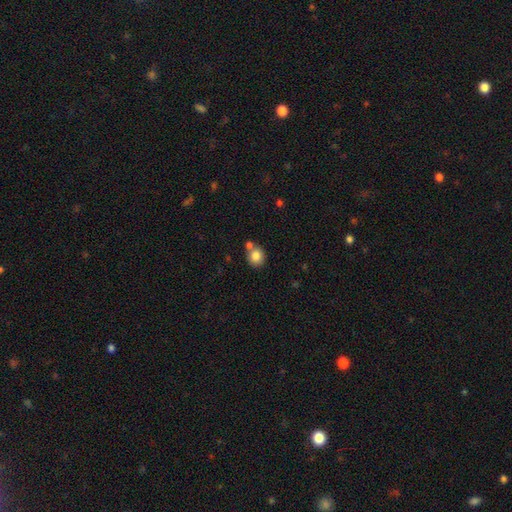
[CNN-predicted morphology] smooth-or-featured: smooth: 82% | star or artifact: 10% | featured or disk: 8%
  how-rounded: round: 79% | in between: 20% | cigar-shaped: 1%
  merging: none: 62% | merger: 25% | minor disturbance: 11% | major disturbance: 3%